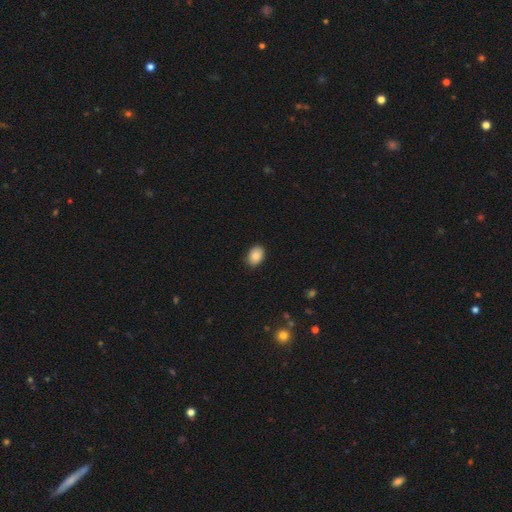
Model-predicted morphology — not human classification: Smooth or featured? smooth (88%)
How rounded? in between (77%)
Merging? none (88%)